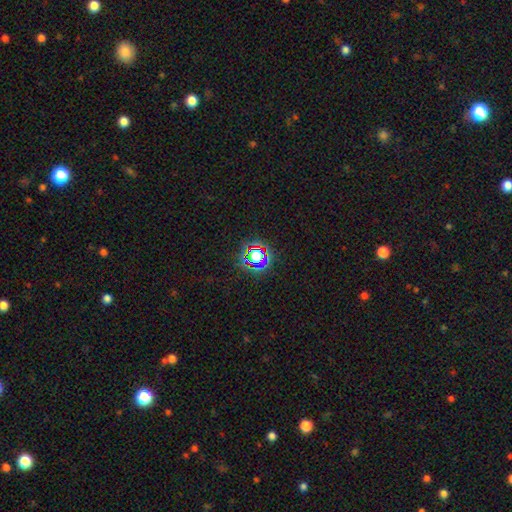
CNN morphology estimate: This is likely a star or artifact rather than a galaxy (64%).